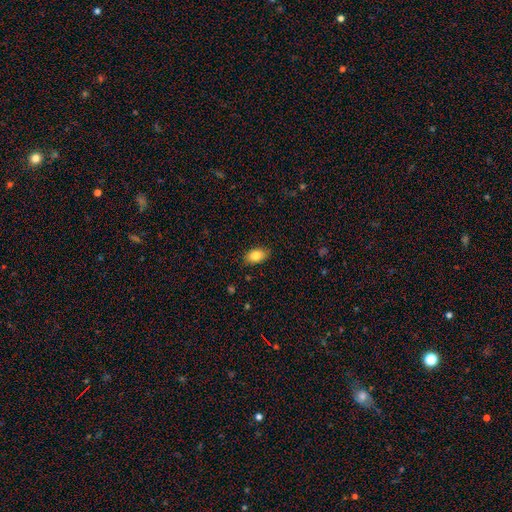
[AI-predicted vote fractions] smooth-or-featured: smooth: 83% | featured or disk: 9% | star or artifact: 8%
  how-rounded: in between: 89% | round: 9% | cigar-shaped: 2%
  merging: none: 85% | minor disturbance: 12% | major disturbance: 2% | merger: 1%